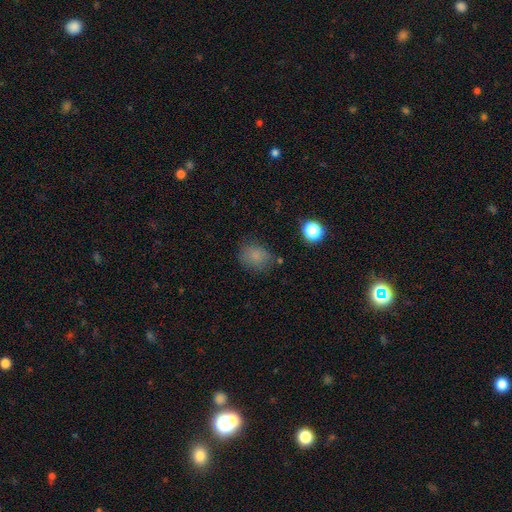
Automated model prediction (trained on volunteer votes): This is clearly a smooth galaxy (80%). How rounded: possibly round (51%). Merging: likely none (72%).